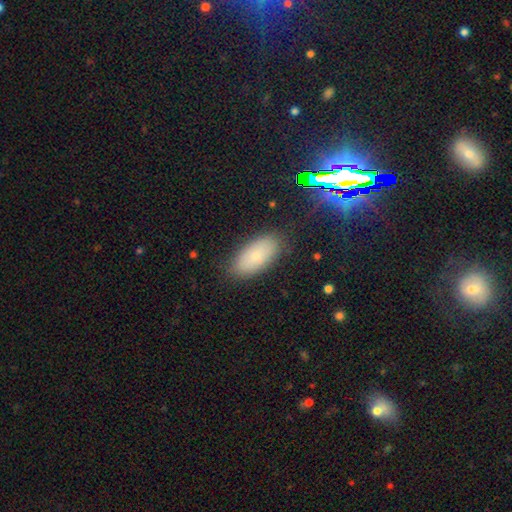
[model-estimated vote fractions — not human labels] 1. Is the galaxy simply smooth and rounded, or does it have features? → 77% smooth, 12% featured or disk, 11% star or artifact.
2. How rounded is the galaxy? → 92% in between, 6% cigar-shaped, 3% round.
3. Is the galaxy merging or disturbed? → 84% none, 11% minor disturbance, 3% major disturbance, 1% merger.